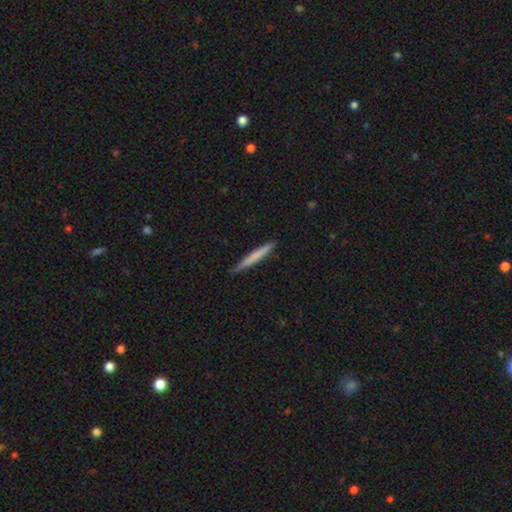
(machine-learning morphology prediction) Smooth or featured: smooth — 70% (featured or disk — 25%)
How rounded: cigar-shaped — 96% (in between — 2%)
Merging: none — 87% (minor disturbance — 11%)